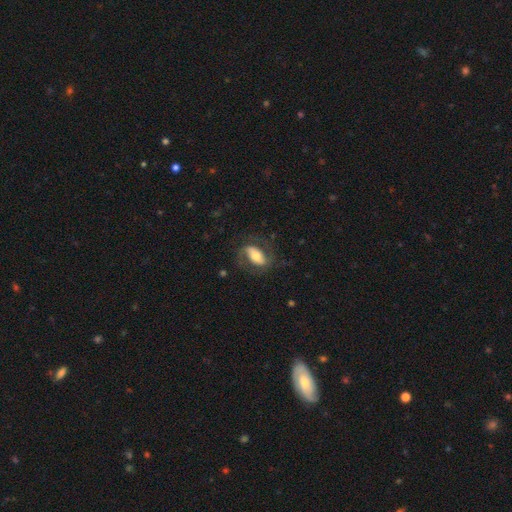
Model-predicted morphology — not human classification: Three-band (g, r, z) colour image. It shows a featured or disk galaxy (54%). Merging: none (67%).